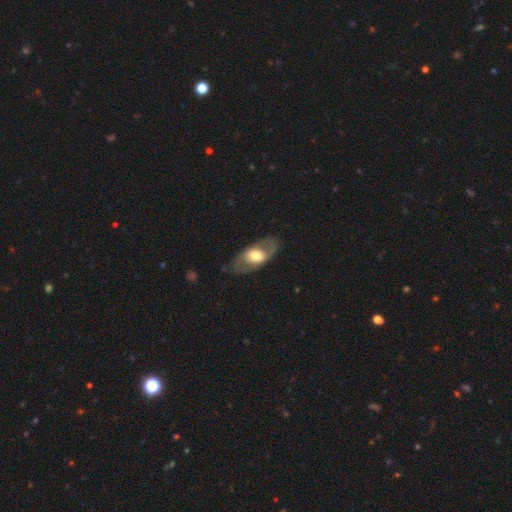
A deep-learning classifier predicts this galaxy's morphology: A featured or disk galaxy (59%). Merging: none (76%).